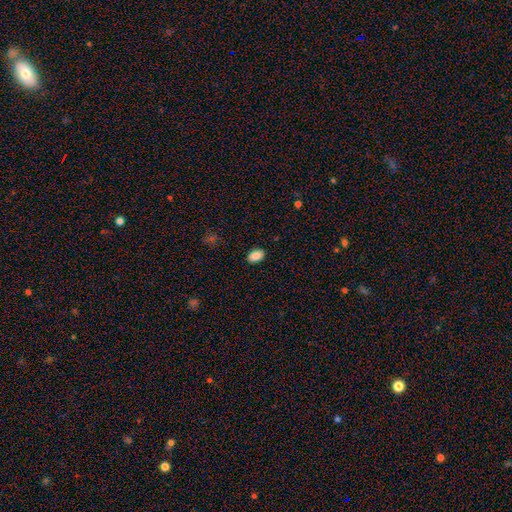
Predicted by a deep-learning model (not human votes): smooth-or-featured: smooth: 89% | star or artifact: 8% | featured or disk: 4%
  how-rounded: in between: 90% | round: 9% | cigar-shaped: 1%
  merging: none: 88% | minor disturbance: 8% | major disturbance: 2% | merger: 1%